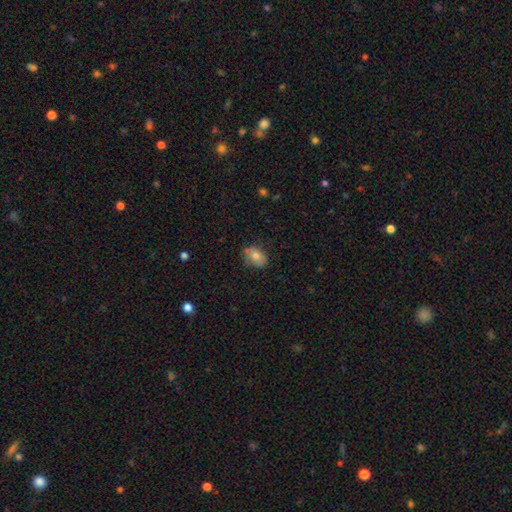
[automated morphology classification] The model was most divided on "merging": none: 71%, minor disturbance: 22%, major disturbance: 4%, merger: 2%. More confident: how rounded — in between (75%); smooth or featured — smooth (71%).